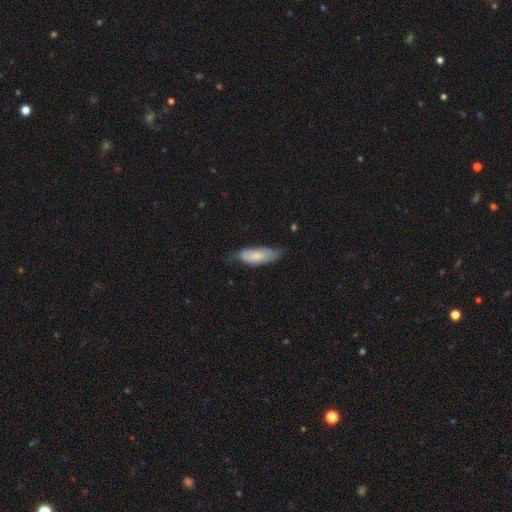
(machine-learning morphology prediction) Smooth or featured: smooth — 71% (featured or disk — 23%)
How rounded: in between — 72% (cigar-shaped — 27%)
Merging: none — 56% (minor disturbance — 34%)